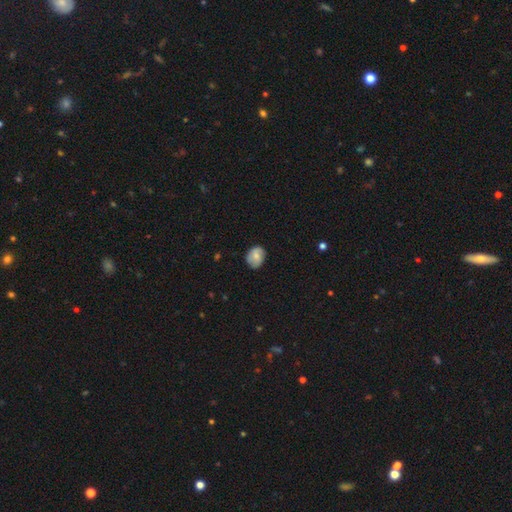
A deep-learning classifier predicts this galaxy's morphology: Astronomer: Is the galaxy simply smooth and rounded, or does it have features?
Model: smooth — 68%.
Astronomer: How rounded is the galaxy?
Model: in between — 56% (runner-up: round, 43%).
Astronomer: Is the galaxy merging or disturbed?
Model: none — 74%.